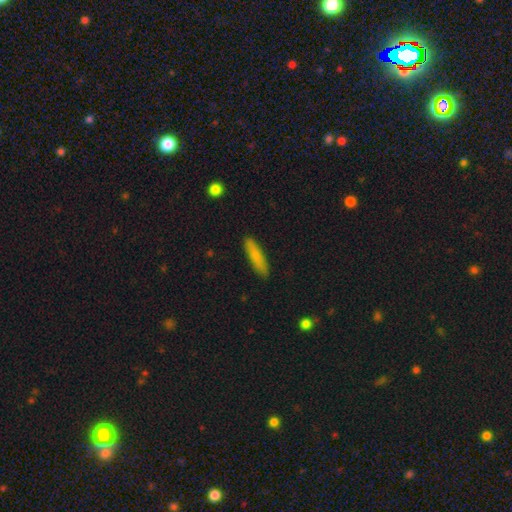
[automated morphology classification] The model was most divided on "how rounded": cigar-shaped: 82%, in between: 16%, round: 2%. More confident: merging — none (88%); smooth or featured — smooth (81%).